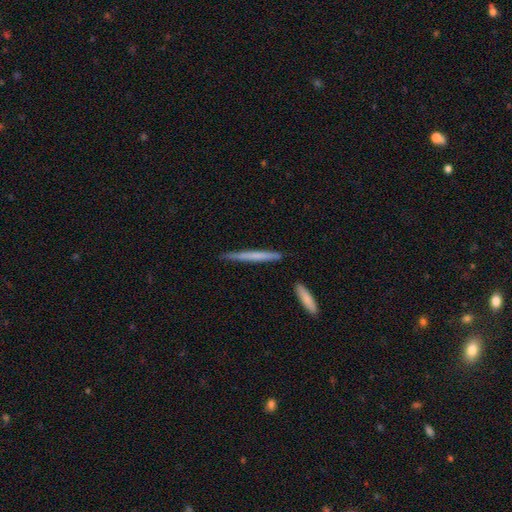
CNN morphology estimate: This is possibly a smooth galaxy (58%). How rounded: clearly cigar-shaped (97%). Merging: clearly none (86%).